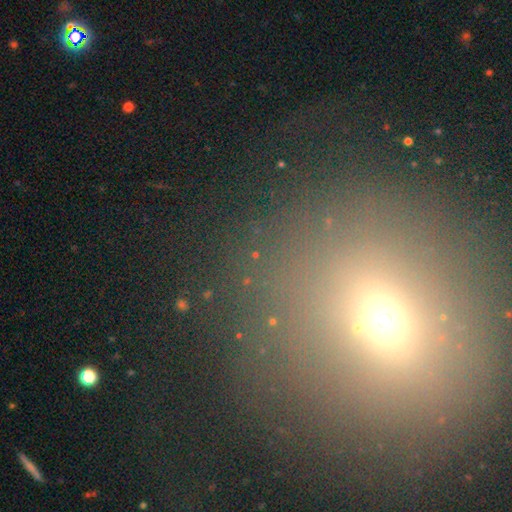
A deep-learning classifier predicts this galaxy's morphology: star or artifact 48%, smooth 39%, featured or disk 13%.